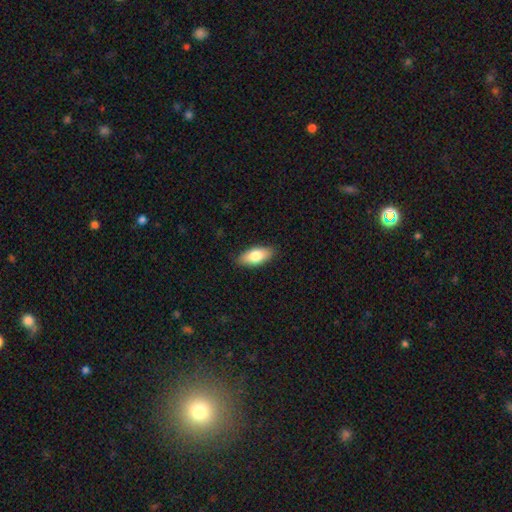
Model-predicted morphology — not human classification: This is likely a smooth galaxy (78%). How rounded: clearly in between (86%). Merging: clearly none (87%).